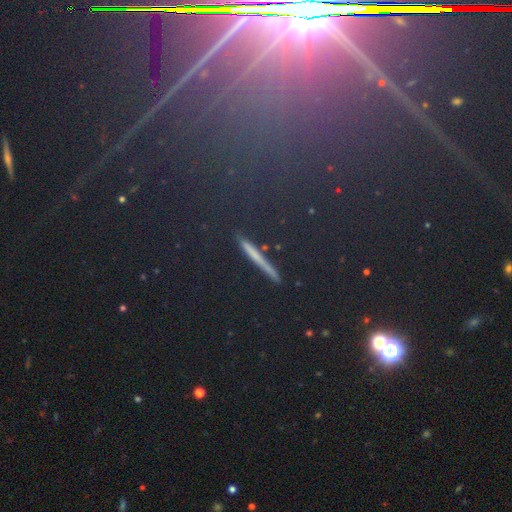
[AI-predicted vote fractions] smooth-or-featured: star or artifact: 49% | smooth: 29% | featured or disk: 23%